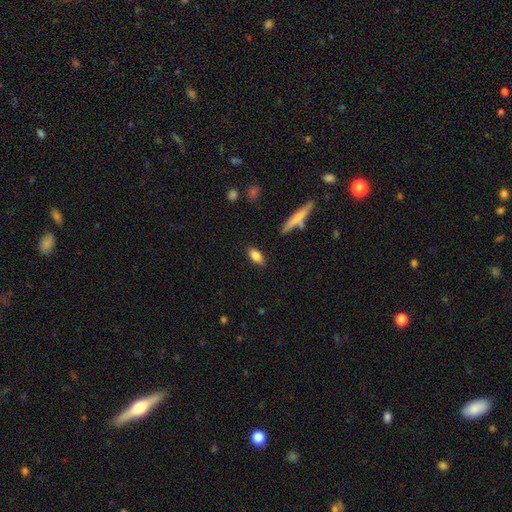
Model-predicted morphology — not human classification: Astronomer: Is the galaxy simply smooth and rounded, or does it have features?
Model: smooth — 82%.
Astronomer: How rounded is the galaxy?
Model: in between — 84%.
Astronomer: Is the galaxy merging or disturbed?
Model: none — 85%.